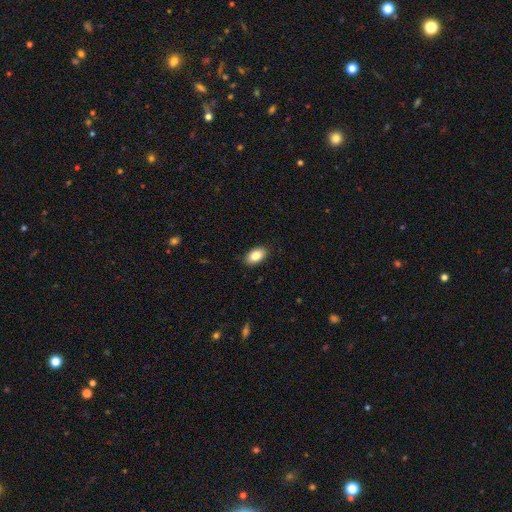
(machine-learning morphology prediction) Q: Smooth or featured?
A: smooth (85%); runner-up: featured or disk (8%)
Q: How rounded?
A: in between (92%); runner-up: round (6%)
Q: Merging?
A: none (88%); runner-up: minor disturbance (9%)